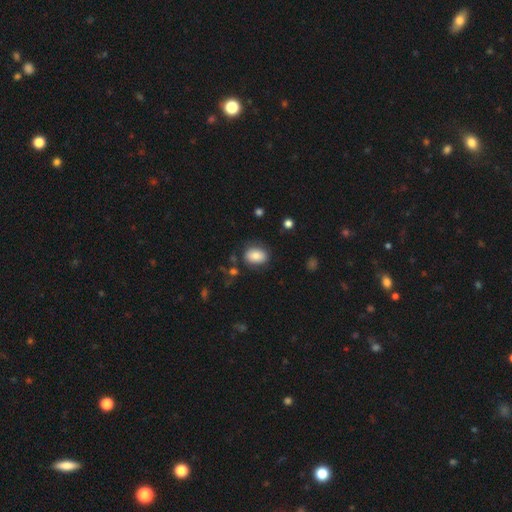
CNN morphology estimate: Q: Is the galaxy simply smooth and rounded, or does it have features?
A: smooth — 81%.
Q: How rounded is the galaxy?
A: in between — 70%.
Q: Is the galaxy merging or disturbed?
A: none — 79%.